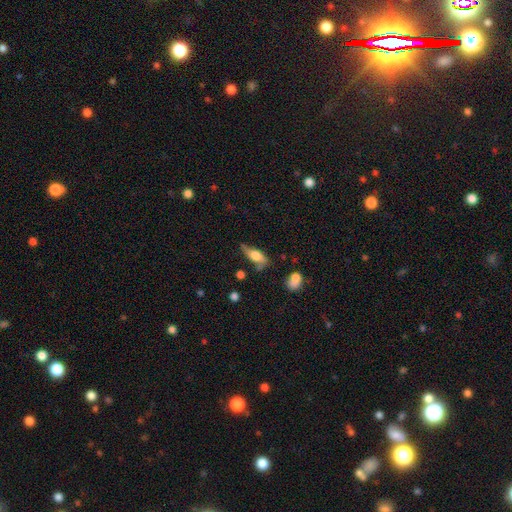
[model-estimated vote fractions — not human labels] Smooth or featured? smooth (51%)
How rounded? in between (67%)
Merging? none (52%)